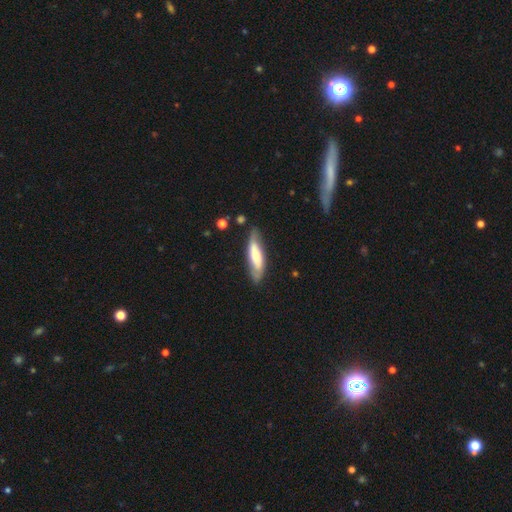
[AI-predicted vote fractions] This appears to be a smooth galaxy with no disk features (50%) that is cigar-shaped (61%). Merging: none (72%).